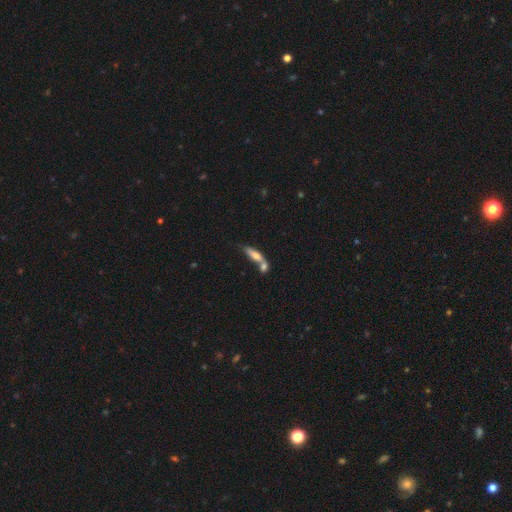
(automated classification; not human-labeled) Smooth or featured?
  - smooth: 60% *
  - featured or disk: 32%
  - star or artifact: 8%
How rounded?
  - cigar-shaped: 58% *
  - in between: 38%
  - round: 4%
Merging?
  - merger: 51% *
  - none: 33%
  - minor disturbance: 10%
  - major disturbance: 5%